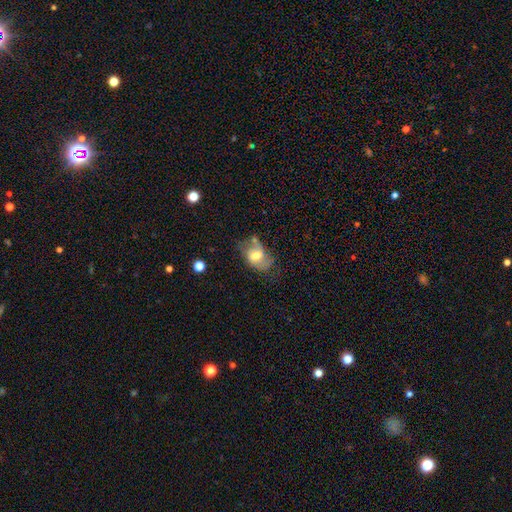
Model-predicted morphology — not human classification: The model was most divided on "smooth or featured": featured or disk: 52%, smooth: 39%, star or artifact: 8%. Remaining: edge-on disk — no (96%); merging — none (44%).